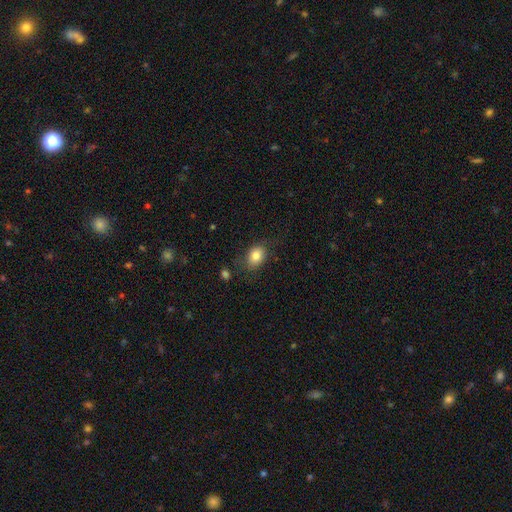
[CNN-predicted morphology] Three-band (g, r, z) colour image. It shows a smooth galaxy with no disk features (82%) that is in between round and cigar-shaped (64%). Merging: none (75%).